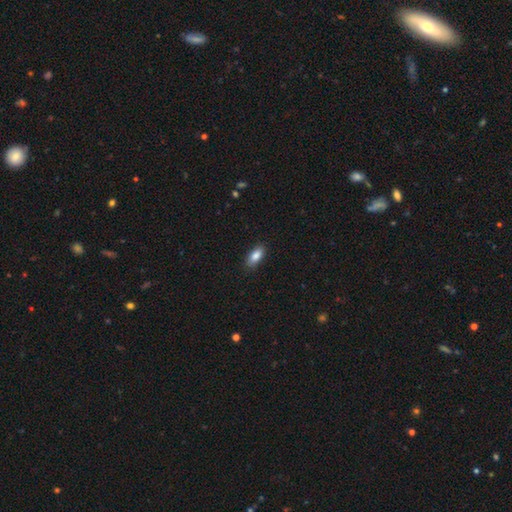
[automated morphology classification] Smooth or featured: smooth — 86% (star or artifact — 7%)
How rounded: in between — 87% (cigar-shaped — 10%)
Merging: none — 85% (minor disturbance — 12%)